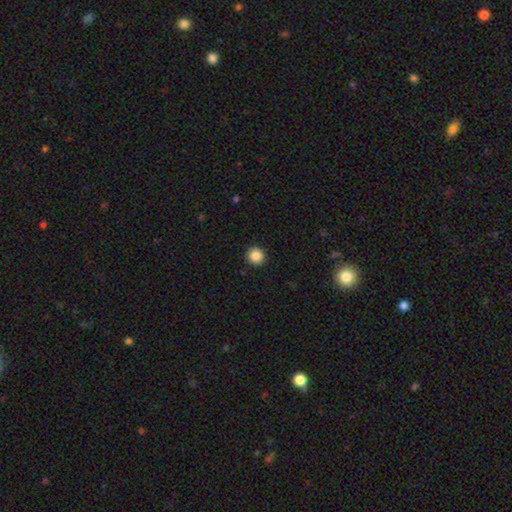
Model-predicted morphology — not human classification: A smooth galaxy with no disk features (87%) that is round (94%).

Vote fractions:
- Smooth or featured? smooth: 87% / star or artifact: 10% / featured or disk: 3%
- How rounded? round: 94% / in between: 5% / cigar-shaped: 1%
- Merging? none: 93% / minor disturbance: 5% / major disturbance: 2% / merger: 1%